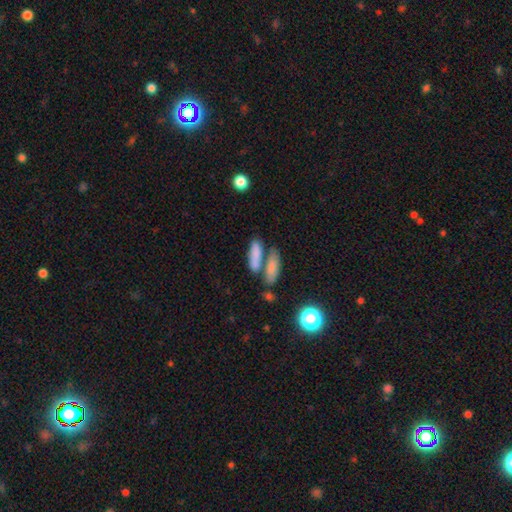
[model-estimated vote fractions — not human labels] smooth_or_featured: smooth (p=0.80) [alt: featured or disk p=0.13]
how_rounded: in between (p=0.57) [alt: cigar-shaped p=0.40]
merging: merger (p=0.48) [alt: none p=0.37]